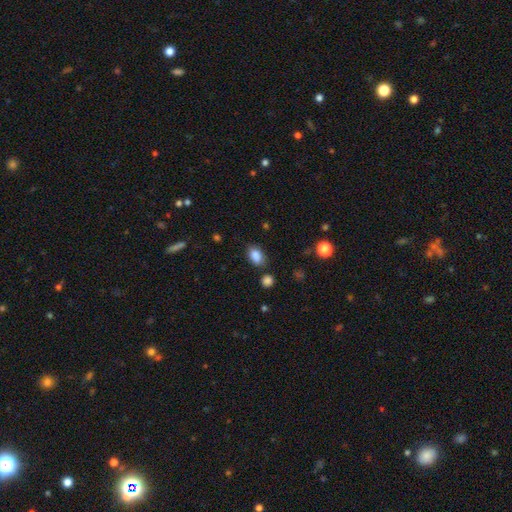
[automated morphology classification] Smooth or featured?
  - smooth: 87% *
  - star or artifact: 9%
  - featured or disk: 4%
How rounded?
  - in between: 86% *
  - round: 13%
  - cigar-shaped: 2%
Merging?
  - none: 76% *
  - minor disturbance: 15%
  - merger: 5%
  - major disturbance: 4%